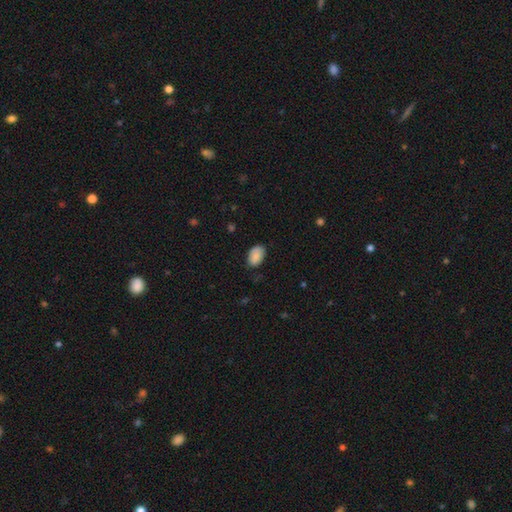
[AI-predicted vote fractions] smooth 86%, star or artifact 7%, featured or disk 7%. Down the decision tree: how rounded — in between (91%); merging — none (72%).